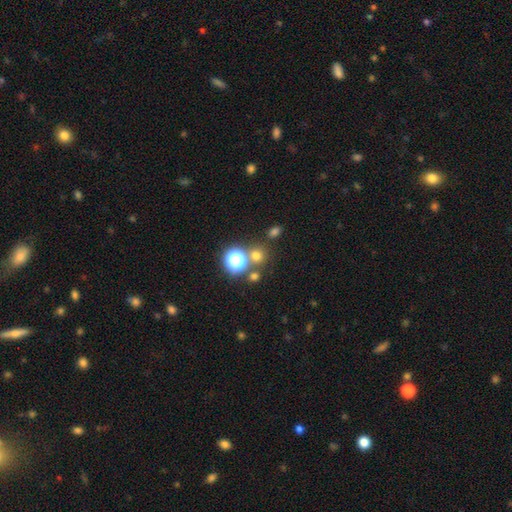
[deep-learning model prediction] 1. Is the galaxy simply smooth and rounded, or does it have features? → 67% smooth, 26% star or artifact, 7% featured or disk.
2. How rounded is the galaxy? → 85% round, 14% in between, 1% cigar-shaped.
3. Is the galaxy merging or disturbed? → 72% none, 17% merger, 8% minor disturbance, 4% major disturbance.